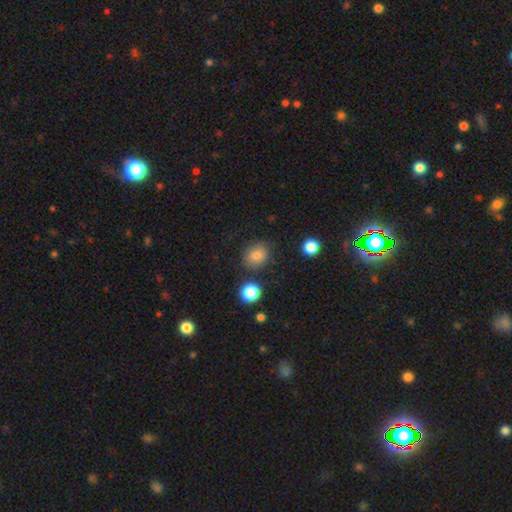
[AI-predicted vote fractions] Overall: smooth (81%). How rounded: round (63%; in between 36%). Merging: none (79%).